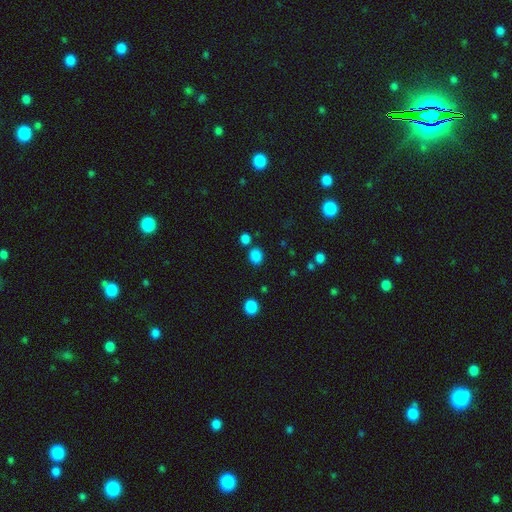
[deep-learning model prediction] Q: Smooth or featured?
A: smooth (84%); runner-up: star or artifact (13%)
Q: How rounded?
A: round (67%); runner-up: in between (32%)
Q: Merging?
A: none (77%); runner-up: merger (10%)